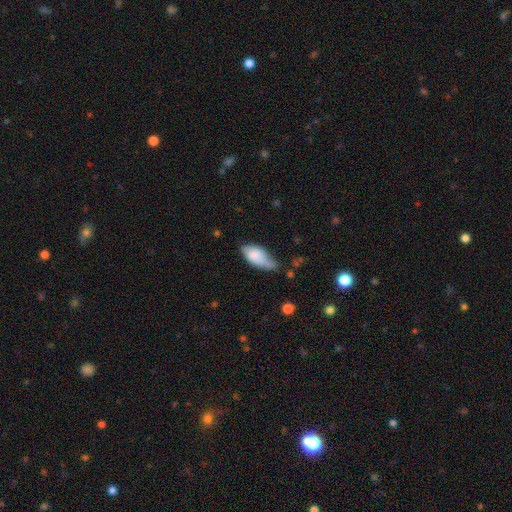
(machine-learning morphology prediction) This is likely a smooth galaxy (77%). How rounded: clearly in between (90%). Merging: marginally minor disturbance (44%).